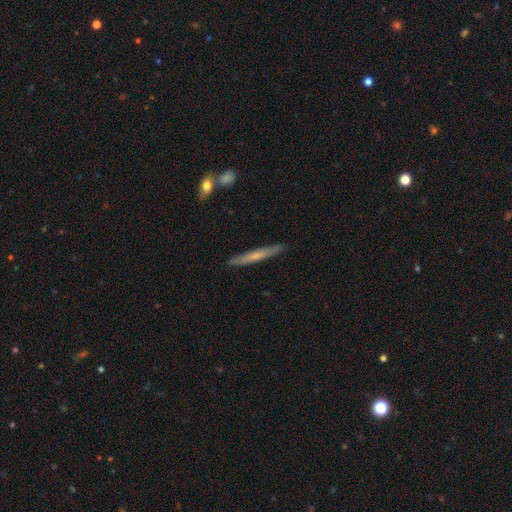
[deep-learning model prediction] smooth_or_featured: smooth (p=0.51) [alt: featured or disk p=0.43]
how_rounded: cigar-shaped (p=0.96) [alt: in between p=0.03]
merging: none (p=0.89) [alt: minor disturbance p=0.08]